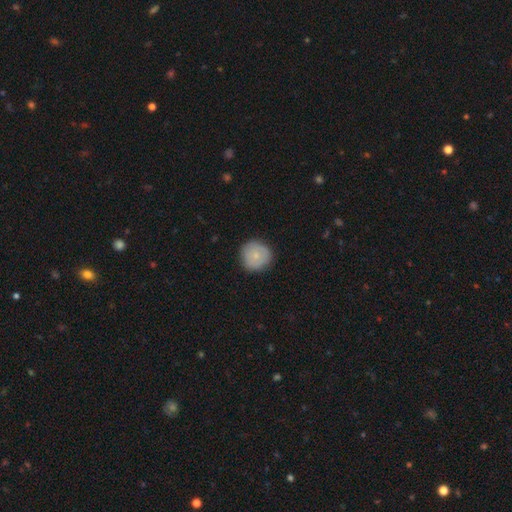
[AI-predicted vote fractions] A smooth galaxy with no disk features (77%) that is round (93%).

Vote fractions:
- Smooth or featured? smooth: 77% / featured or disk: 16% / star or artifact: 7%
- How rounded? round: 93% / in between: 6% / cigar-shaped: 1%
- Merging? none: 86% / minor disturbance: 11% / major disturbance: 2% / merger: 1%